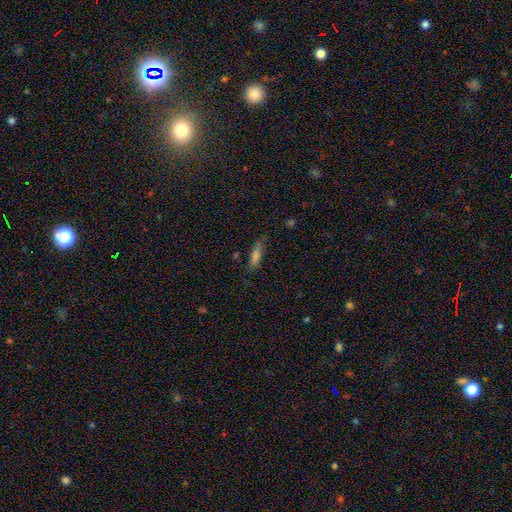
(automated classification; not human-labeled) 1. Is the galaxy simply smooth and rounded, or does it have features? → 71% smooth, 17% featured or disk, 12% star or artifact.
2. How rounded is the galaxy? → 50% cigar-shaped, 47% in between, 3% round.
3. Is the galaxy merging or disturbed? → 74% none, 19% minor disturbance, 5% major disturbance, 2% merger.